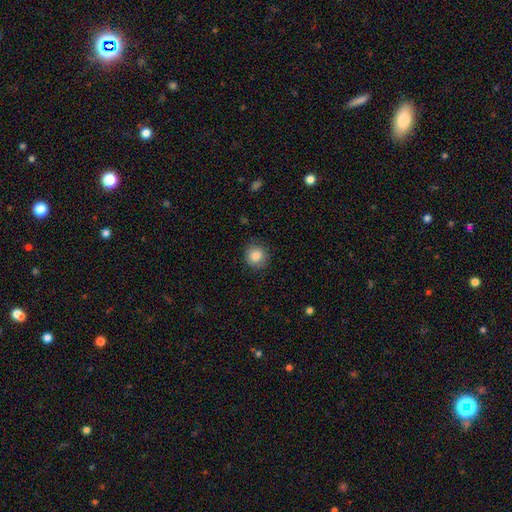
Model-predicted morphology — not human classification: smooth 86%, star or artifact 9%, featured or disk 5%. Down the decision tree: how rounded — round (89%); merging — none (86%).